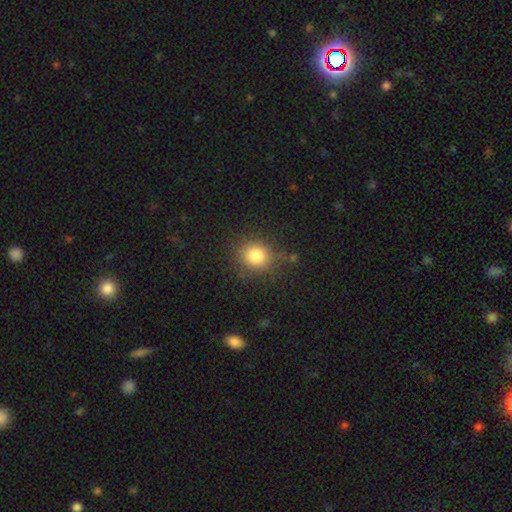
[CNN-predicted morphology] Smooth or featured? smooth (82%)
How rounded? round (78%)
Merging? none (79%)